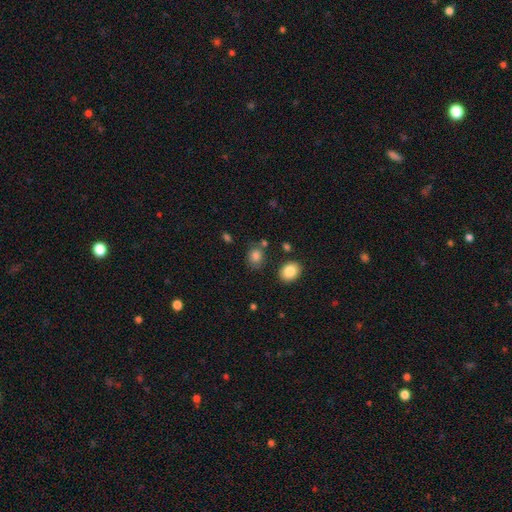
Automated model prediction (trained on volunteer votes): The model was most divided on "how rounded": round: 58%, in between: 41%, cigar-shaped: 1%. More confident: smooth or featured — smooth (84%); merging — none (74%).